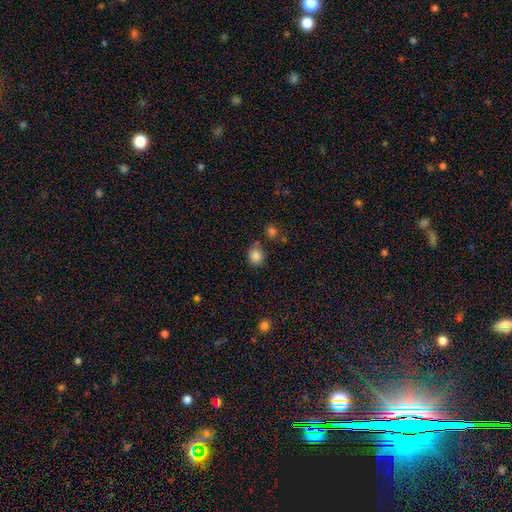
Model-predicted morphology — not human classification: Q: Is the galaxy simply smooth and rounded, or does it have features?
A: smooth — 85%.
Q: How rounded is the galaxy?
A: round — 74%.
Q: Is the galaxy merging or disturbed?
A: none — 74%.